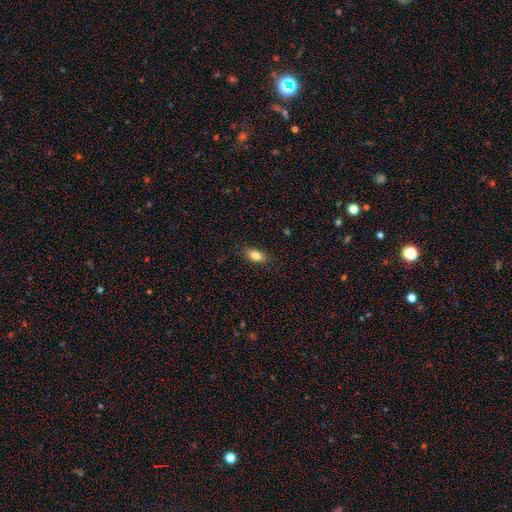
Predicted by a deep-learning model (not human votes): Q: Smooth or featured?
A: smooth (83%); runner-up: featured or disk (9%)
Q: How rounded?
A: in between (87%); runner-up: cigar-shaped (7%)
Q: Merging?
A: none (86%); runner-up: minor disturbance (11%)